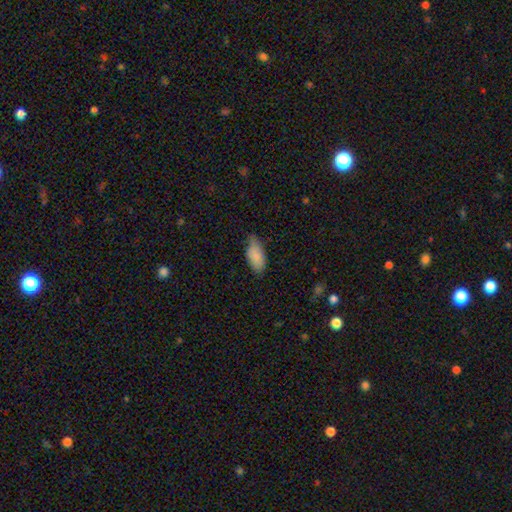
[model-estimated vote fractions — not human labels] A smooth galaxy with no disk features (86%) that is in between round and cigar-shaped (91%).

Vote fractions:
- Smooth or featured? smooth: 86% / featured or disk: 8% / star or artifact: 6%
- How rounded? in between: 91% / cigar-shaped: 7% / round: 2%
- Merging? none: 60% / minor disturbance: 34% / major disturbance: 5% / merger: 1%